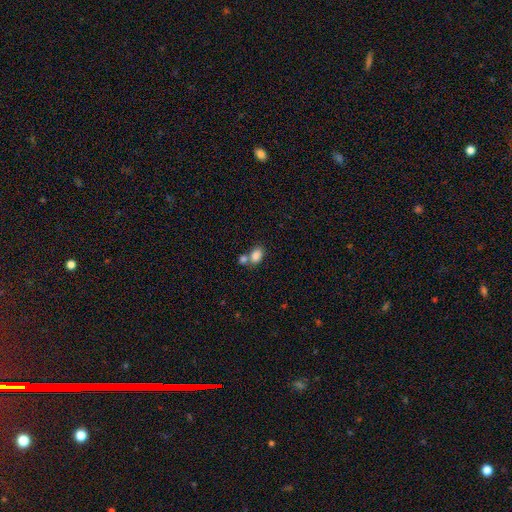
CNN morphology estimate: Overall: smooth (84%). How rounded: in between (80%). Merging: none (44%; merger 43%).